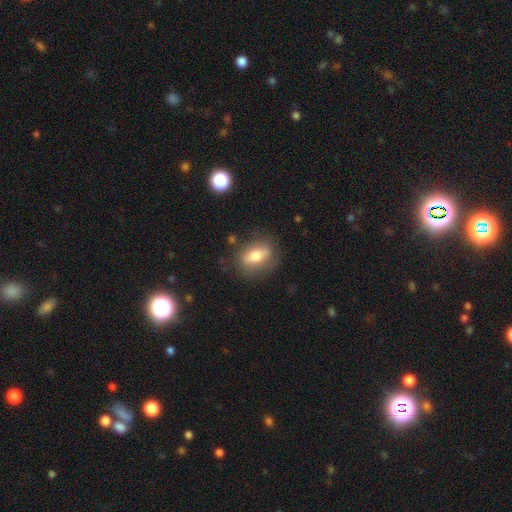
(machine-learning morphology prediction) Smooth or featured? smooth (69%)
How rounded? in between (74%)
Merging? none (77%)